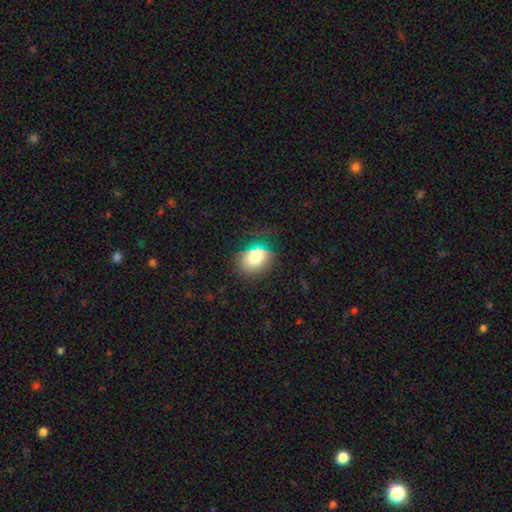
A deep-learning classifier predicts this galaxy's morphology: Smooth or featured: smooth — 80% (star or artifact — 11%)
How rounded: in between — 61% (round — 37%)
Merging: none — 74% (minor disturbance — 19%)